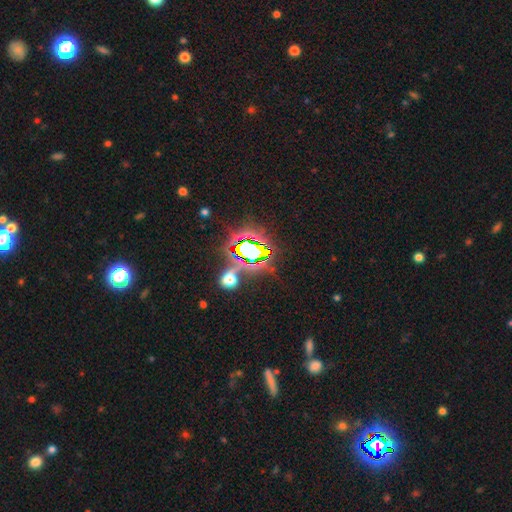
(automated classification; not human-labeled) Smooth or featured? star or artifact (73%)